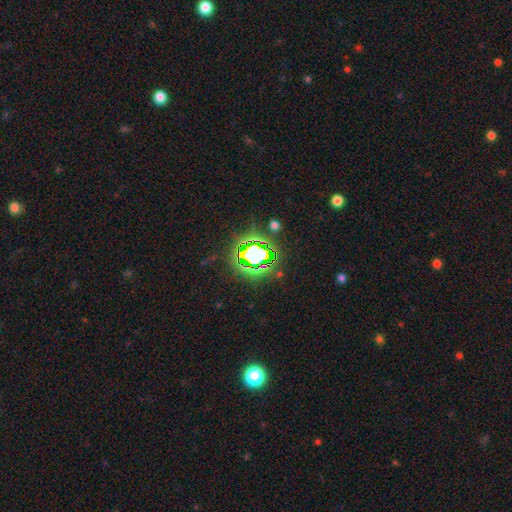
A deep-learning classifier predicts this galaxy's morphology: smooth_or_featured: star or artifact (p=0.79) [alt: smooth p=0.12]